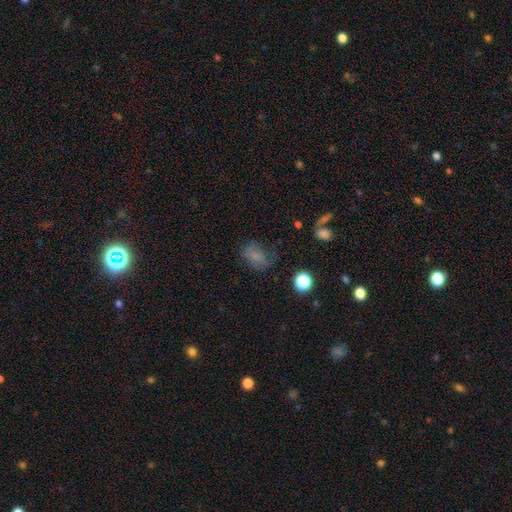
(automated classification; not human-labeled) Smooth or featured? smooth (68%)
How rounded? in between (70%)
Merging? none (51%)